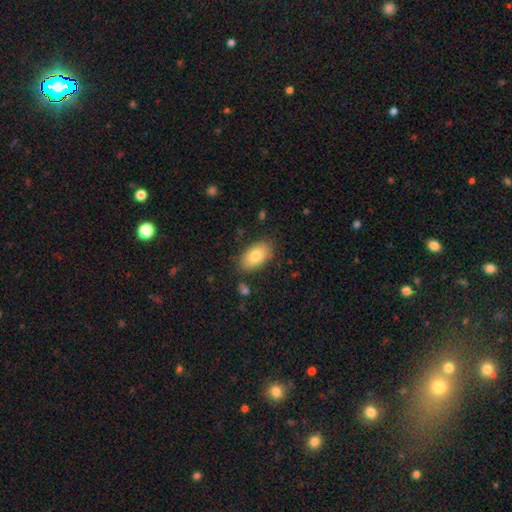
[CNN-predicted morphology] This appears to be a smooth galaxy with no disk features (79%) that is in between round and cigar-shaped (93%). Merging: none (83%).